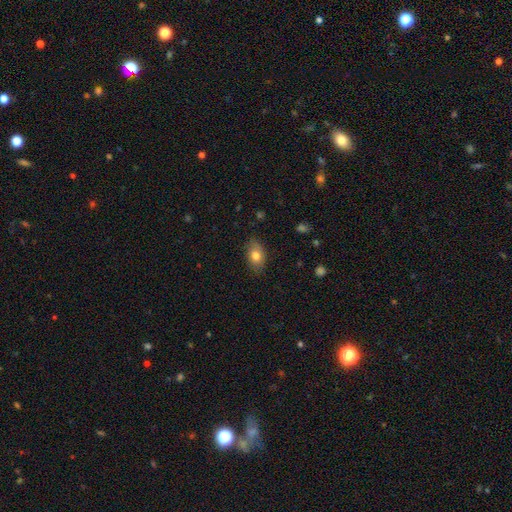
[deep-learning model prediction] Q: Smooth or featured?
A: smooth (77%); runner-up: featured or disk (15%)
Q: How rounded?
A: in between (86%); runner-up: round (12%)
Q: Merging?
A: none (80%); runner-up: minor disturbance (16%)